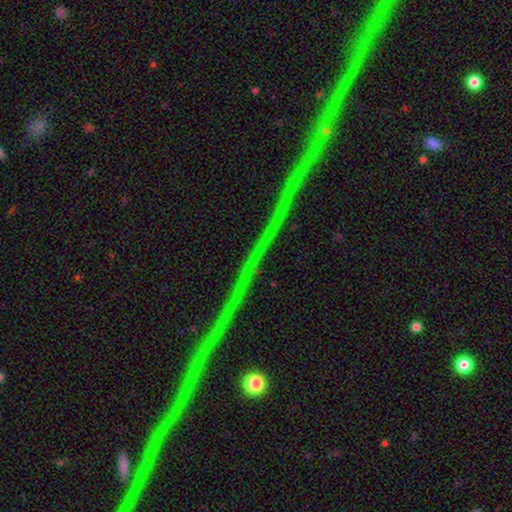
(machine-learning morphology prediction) This appears to be a star or artifact, not a galaxy (71%).